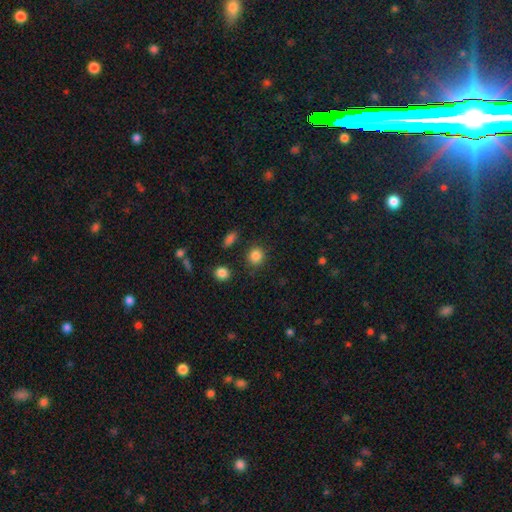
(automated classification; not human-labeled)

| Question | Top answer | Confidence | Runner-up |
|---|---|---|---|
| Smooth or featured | smooth | 85% | star or artifact (10%) |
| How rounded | round | 82% | in between (17%) |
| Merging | none | 85% | minor disturbance (9%) |